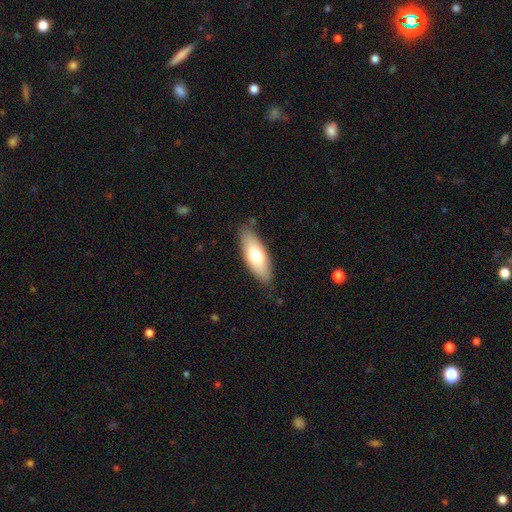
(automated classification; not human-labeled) This appears to be a smooth galaxy with no disk features (68%) that is in between round and cigar-shaped (74%). Merging: none (83%).